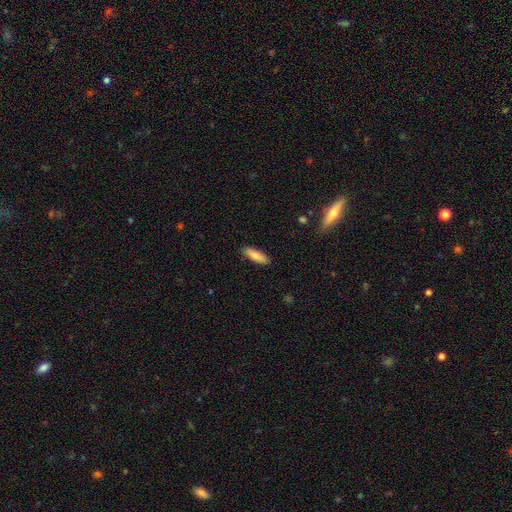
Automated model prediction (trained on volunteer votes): Smooth or featured: smooth — 83% (featured or disk — 11%)
How rounded: in between — 50% (cigar-shaped — 48%)
Merging: none — 89% (minor disturbance — 9%)